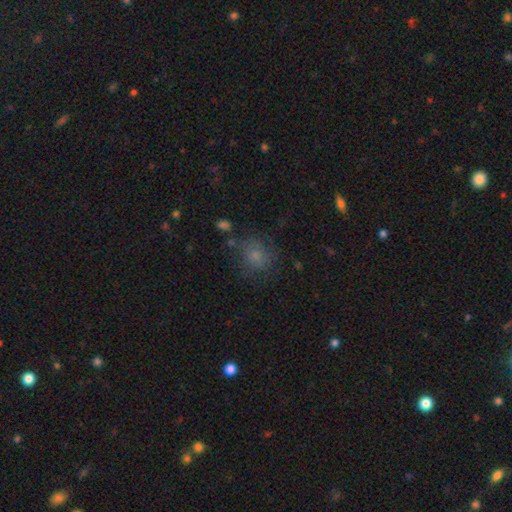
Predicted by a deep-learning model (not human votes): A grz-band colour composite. It shows a smooth galaxy with no disk features (74%) that is round (83%). Merging: none (72%).